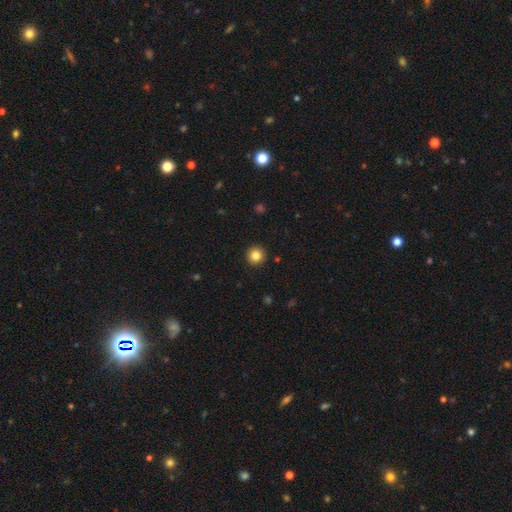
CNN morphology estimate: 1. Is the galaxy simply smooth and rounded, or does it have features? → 84% smooth, 11% star or artifact, 6% featured or disk.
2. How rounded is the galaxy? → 95% round, 4% in between, 1% cigar-shaped.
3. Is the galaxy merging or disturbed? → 93% none, 4% minor disturbance, 2% major disturbance, 1% merger.